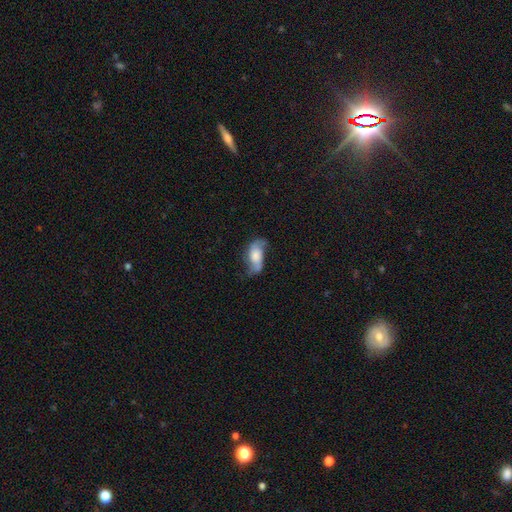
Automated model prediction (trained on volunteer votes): smooth-or-featured: featured or disk: 51% | smooth: 41% | star or artifact: 8%
  disk-edge-on: no: 89% | yes: 11%
  merging: none: 51% | minor disturbance: 28% | major disturbance: 18% | merger: 3%